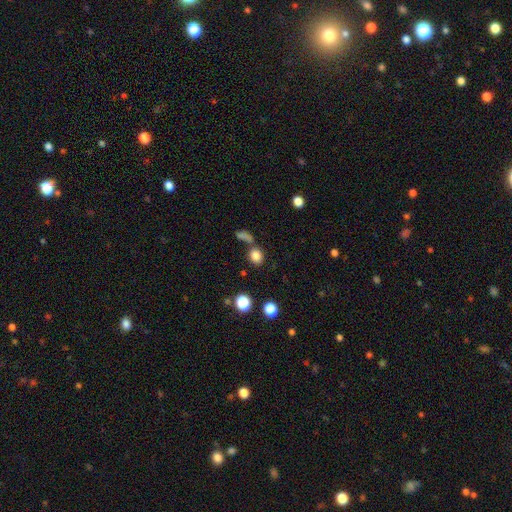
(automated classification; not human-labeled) The model was most divided on "how rounded": round: 68%, in between: 30%, cigar-shaped: 2%. More confident: smooth or featured — smooth (81%); merging — none (64%).